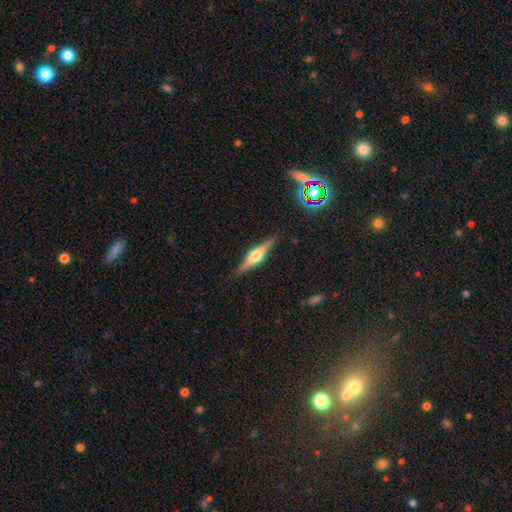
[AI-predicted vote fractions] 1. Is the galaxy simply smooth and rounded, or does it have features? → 74% featured or disk, 20% smooth, 7% star or artifact.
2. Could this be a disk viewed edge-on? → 97% yes, 3% no.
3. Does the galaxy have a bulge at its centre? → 89% rounded, 9% boxy, 2% none.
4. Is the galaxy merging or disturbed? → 89% none, 8% minor disturbance, 2% major disturbance, 1% merger.